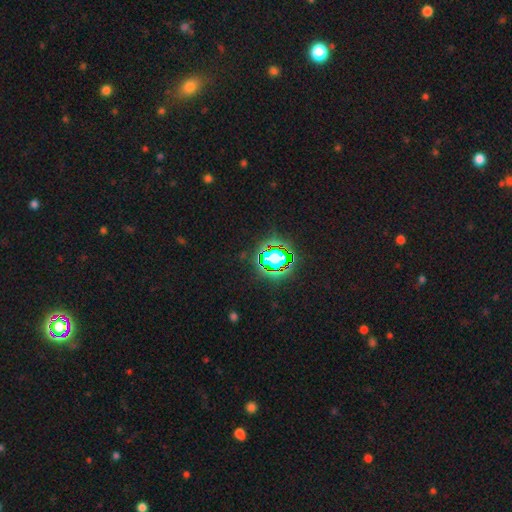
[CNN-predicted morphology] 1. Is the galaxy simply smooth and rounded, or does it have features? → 82% star or artifact, 11% smooth, 7% featured or disk.